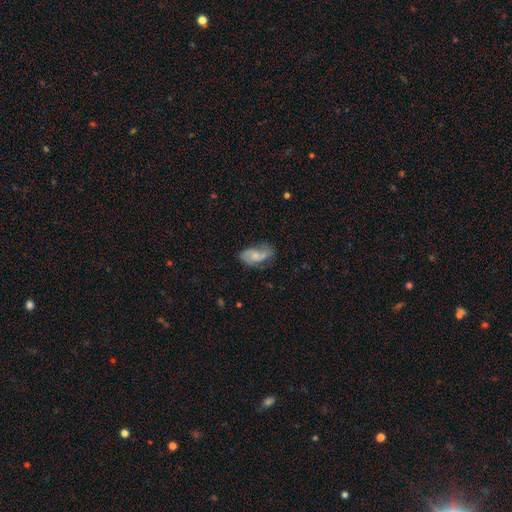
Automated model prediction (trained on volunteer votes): Morphology: type=featured or disk (51%); edge-on=no (96%); merging=none (46%).